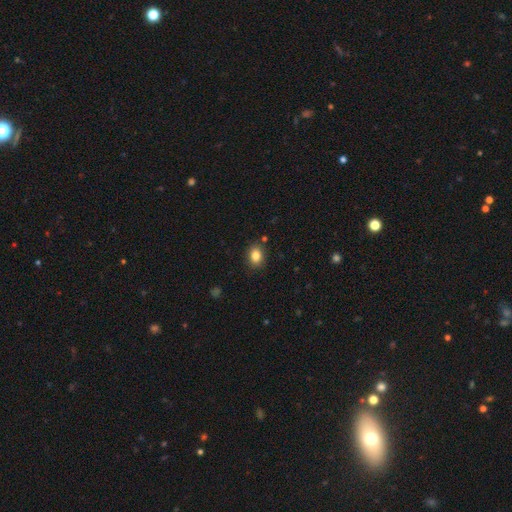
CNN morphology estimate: A smooth galaxy with no disk features (85%) that is in between round and cigar-shaped (66%). Merging: none (85%).